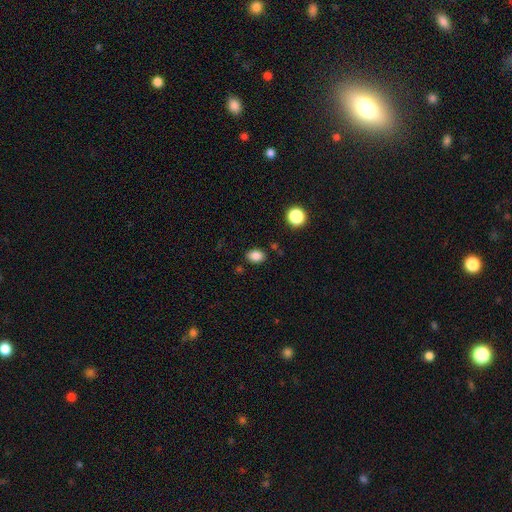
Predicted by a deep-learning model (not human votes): Smooth or featured: smooth — 84% (star or artifact — 11%)
How rounded: in between — 70% (round — 29%)
Merging: none — 84% (minor disturbance — 10%)